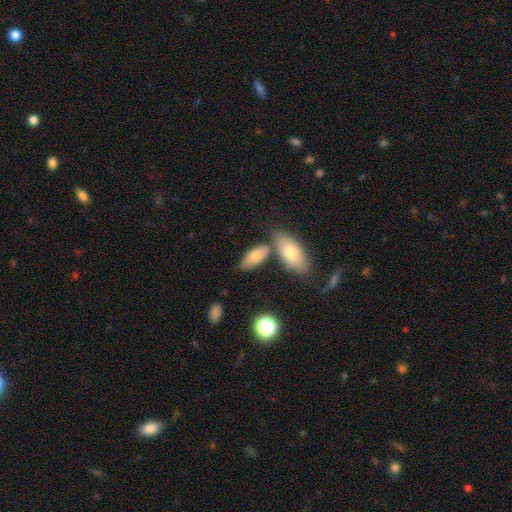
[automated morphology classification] smooth_or_featured: smooth (p=0.76) [alt: featured or disk p=0.17]
how_rounded: in between (p=0.89) [alt: cigar-shaped p=0.08]
merging: none (p=0.58) [alt: merger p=0.22]